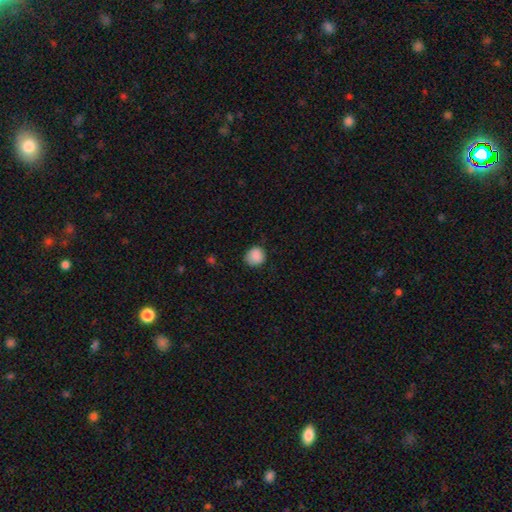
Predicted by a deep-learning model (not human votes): smooth-or-featured: smooth: 88% | star or artifact: 9% | featured or disk: 3%
  how-rounded: round: 87% | in between: 12% | cigar-shaped: 1%
  merging: none: 77% | minor disturbance: 19% | major disturbance: 3% | merger: 1%